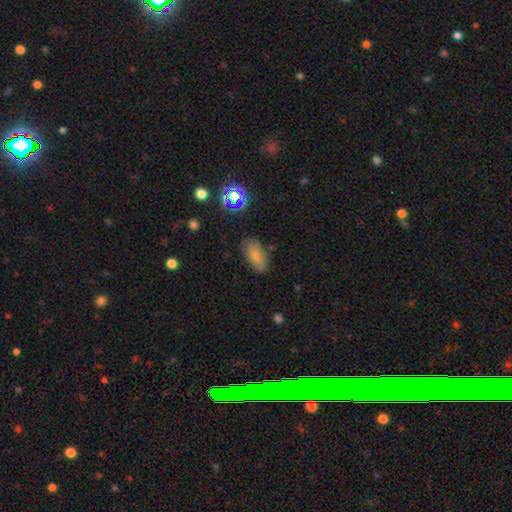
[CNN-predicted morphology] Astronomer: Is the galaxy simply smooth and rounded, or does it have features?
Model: smooth — 78%.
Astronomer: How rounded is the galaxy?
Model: in between — 90%.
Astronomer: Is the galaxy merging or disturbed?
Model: none — 77%.